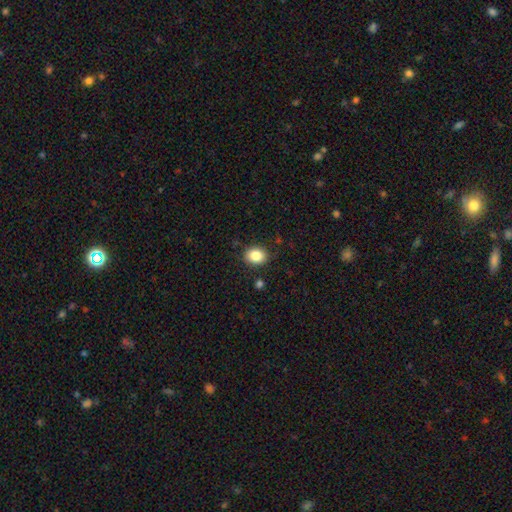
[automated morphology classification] The model was most divided on "how rounded": round: 50%, in between: 49%, cigar-shaped: 1%. More confident: merging — none (87%); smooth or featured — smooth (85%).